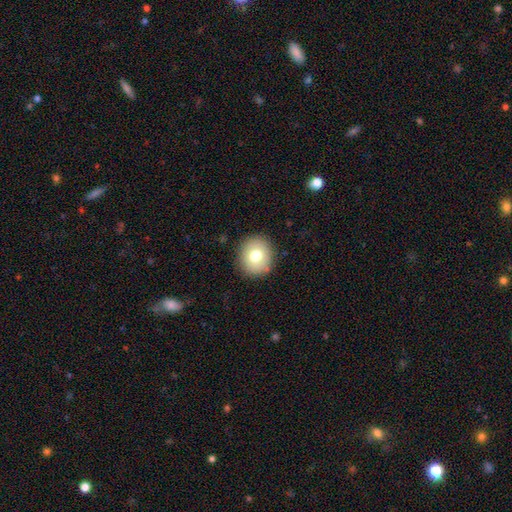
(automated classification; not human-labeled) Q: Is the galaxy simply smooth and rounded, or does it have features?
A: smooth — 75%.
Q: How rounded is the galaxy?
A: round — 82%.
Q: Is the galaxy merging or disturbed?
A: none — 88%.